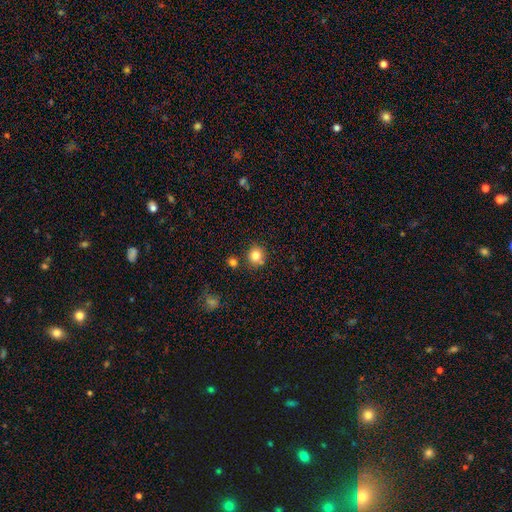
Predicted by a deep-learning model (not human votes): Smooth or featured: smooth — 82% (star or artifact — 11%)
How rounded: round — 86% (in between — 13%)
Merging: none — 77% (minor disturbance — 11%)